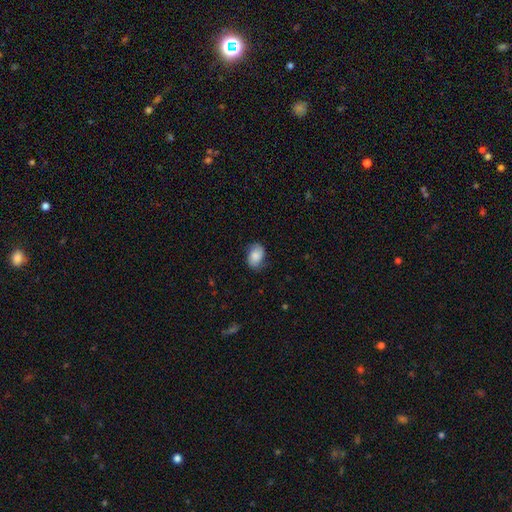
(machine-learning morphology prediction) Q: Smooth or featured?
A: smooth (73%); runner-up: featured or disk (19%)
Q: How rounded?
A: in between (80%); runner-up: round (19%)
Q: Merging?
A: none (74%); runner-up: minor disturbance (20%)